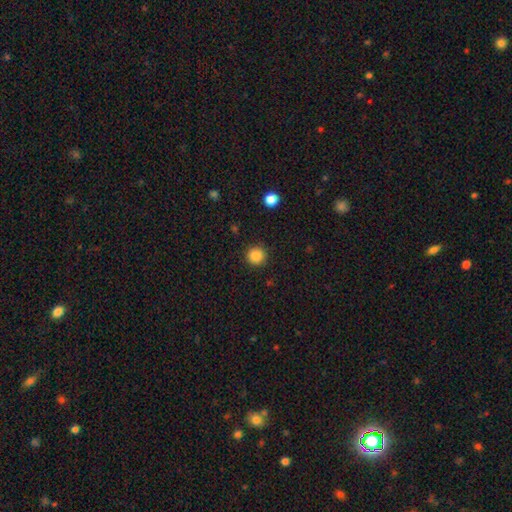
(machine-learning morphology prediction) Overall: smooth (87%). How rounded: round (94%). Merging: none (91%).